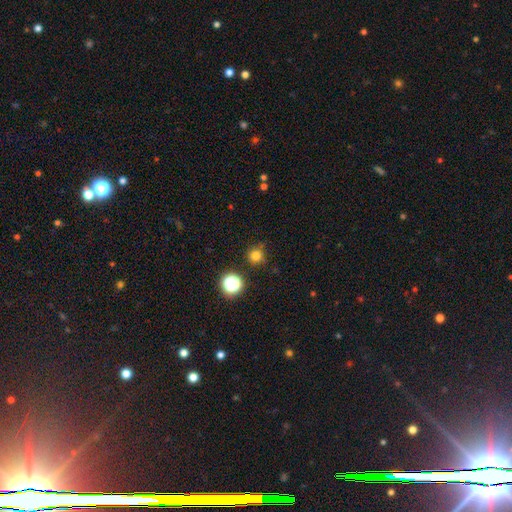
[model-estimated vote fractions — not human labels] Morphology: type=smooth (78%); roundness=round (95%); merging=none (86%).